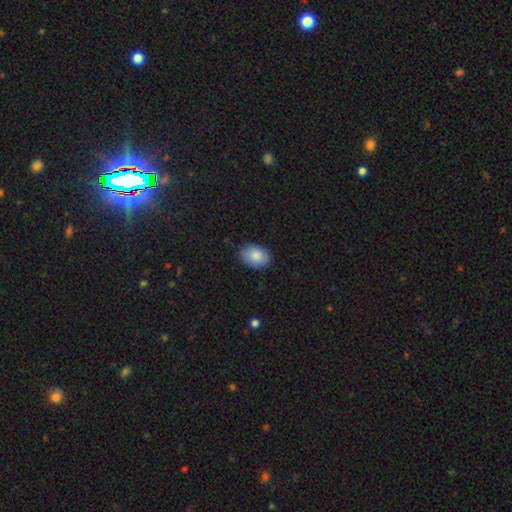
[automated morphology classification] smooth 86%, featured or disk 8%, star or artifact 7%. Down the decision tree: how rounded — in between (80%); merging — none (82%).